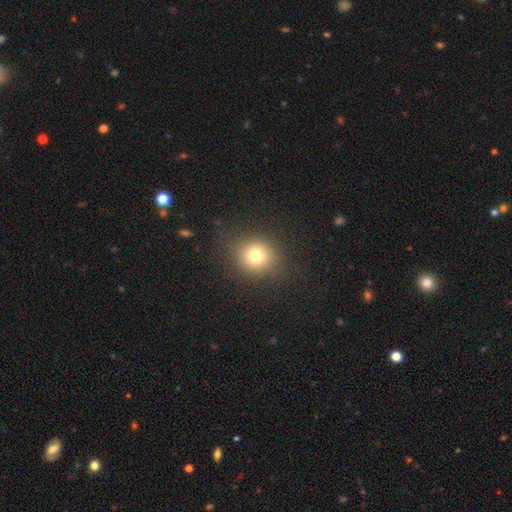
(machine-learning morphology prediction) A smooth galaxy with no disk features (76%) that is round (84%).

Vote fractions:
- Smooth or featured? smooth: 76% / star or artifact: 14% / featured or disk: 10%
- How rounded? round: 84% / in between: 15% / cigar-shaped: 1%
- Merging? none: 84% / minor disturbance: 10% / major disturbance: 5% / merger: 1%